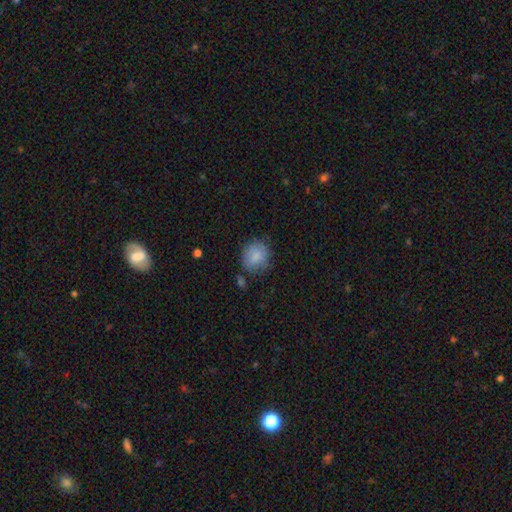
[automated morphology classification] This is clearly a smooth galaxy (84%). How rounded: likely round (78%). Merging: likely none (70%).